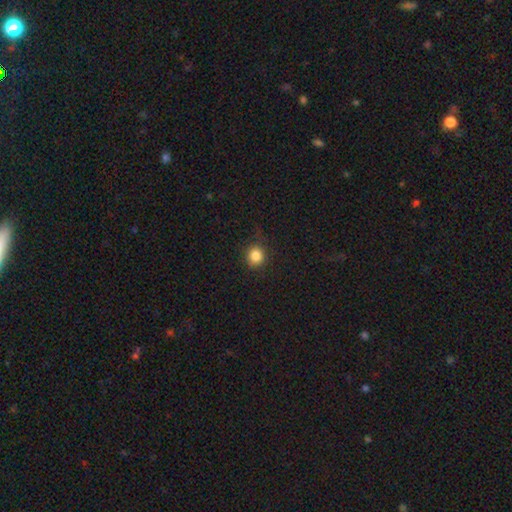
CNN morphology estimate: Smooth or featured? smooth (85%)
How rounded? round (88%)
Merging? none (83%)